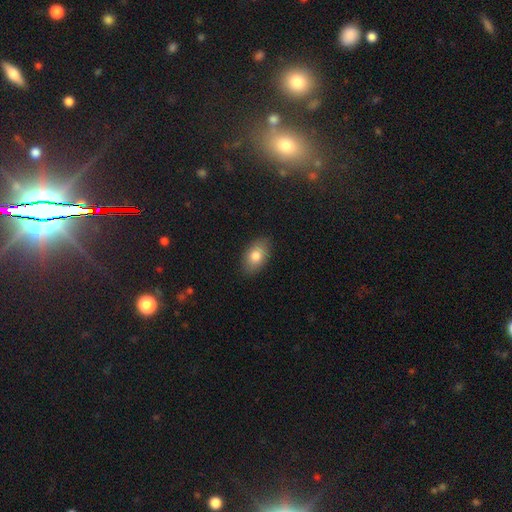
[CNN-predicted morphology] Smooth or featured: smooth — 81% (featured or disk — 12%)
How rounded: in between — 90% (round — 8%)
Merging: none — 86% (minor disturbance — 10%)